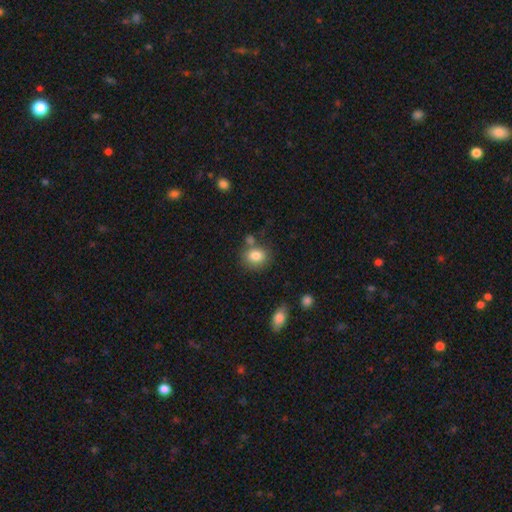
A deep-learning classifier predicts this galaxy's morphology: A smooth galaxy with no disk features (83%) that is round (51%).

Vote fractions:
- Smooth or featured? smooth: 83% / star or artifact: 9% / featured or disk: 7%
- How rounded? round: 51% / in between: 47% / cigar-shaped: 1%
- Merging? none: 69% / minor disturbance: 14% / merger: 13% / major disturbance: 4%